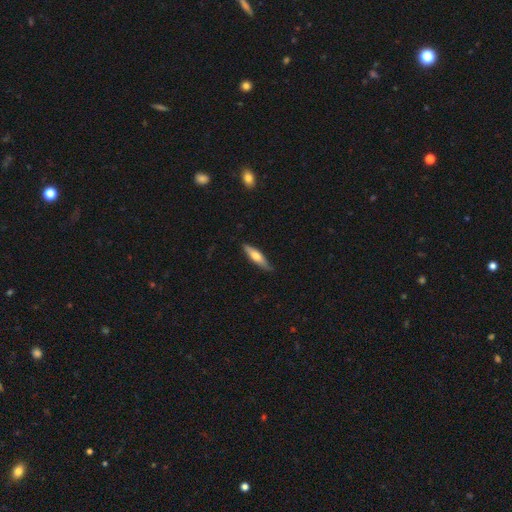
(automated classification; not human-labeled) smooth 57%, featured or disk 37%, star or artifact 6%. Down the decision tree: how rounded — cigar-shaped (72%); merging — none (80%).